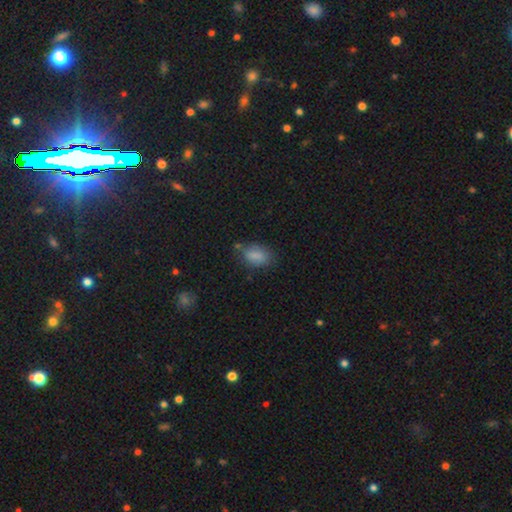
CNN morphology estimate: Smooth or featured? smooth (82%)
How rounded? in between (87%)
Merging? none (65%)